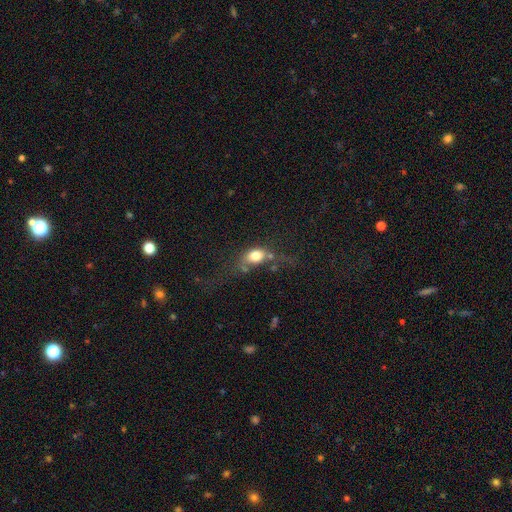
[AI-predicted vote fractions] Smooth or featured: smooth — 73% (featured or disk — 17%)
How rounded: in between — 68% (round — 28%)
Merging: none — 35% (major disturbance — 27%)